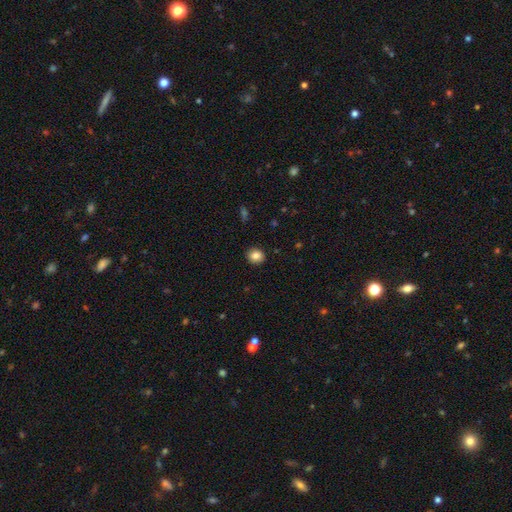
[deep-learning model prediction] This is clearly a smooth galaxy (84%). How rounded: likely round (80%). Merging: clearly none (91%).